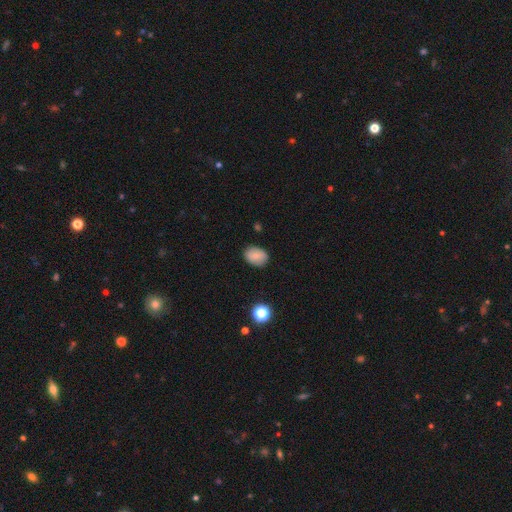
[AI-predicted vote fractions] smooth 79%, featured or disk 12%, star or artifact 9%. Down the decision tree: how rounded — in between (69%); merging — none (85%).